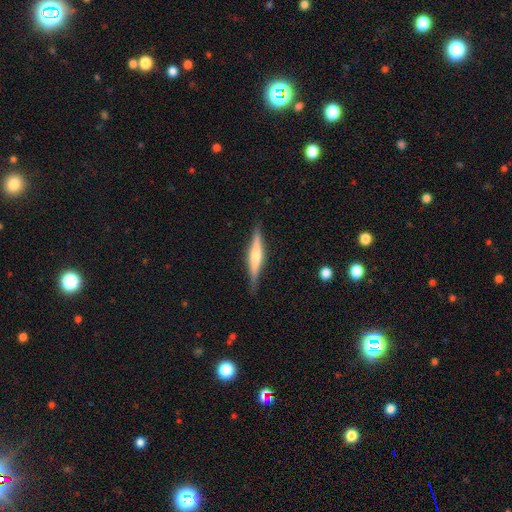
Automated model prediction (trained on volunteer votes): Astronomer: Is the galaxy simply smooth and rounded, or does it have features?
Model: featured or disk — 59% (runner-up: smooth, 35%).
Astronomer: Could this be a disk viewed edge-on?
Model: yes — 97%.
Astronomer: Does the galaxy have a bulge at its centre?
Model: rounded — 66%.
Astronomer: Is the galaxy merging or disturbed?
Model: none — 87%.